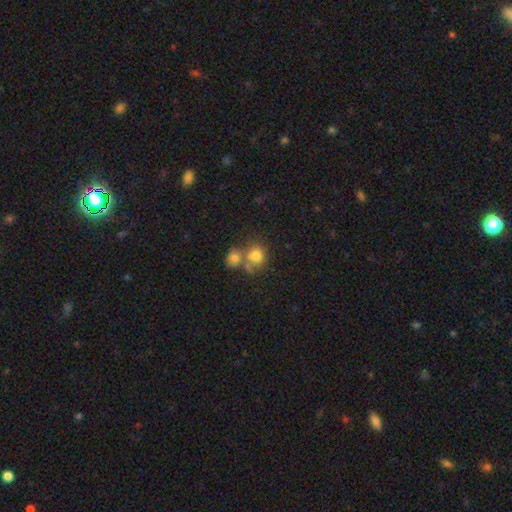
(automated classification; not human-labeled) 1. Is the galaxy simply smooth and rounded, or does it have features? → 75% smooth, 13% featured or disk, 12% star or artifact.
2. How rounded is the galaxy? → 70% round, 29% in between, 1% cigar-shaped.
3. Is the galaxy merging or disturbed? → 45% merger, 38% none, 11% minor disturbance, 6% major disturbance.